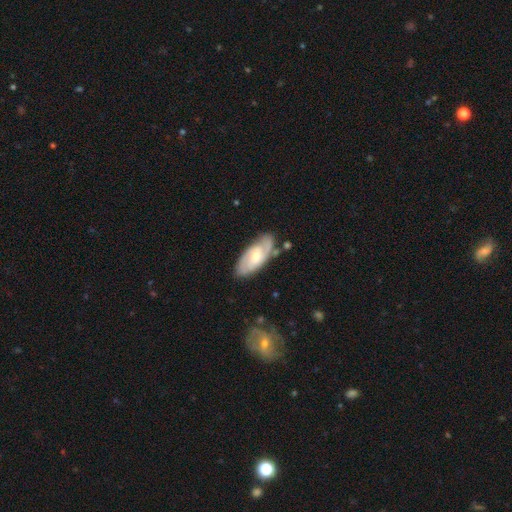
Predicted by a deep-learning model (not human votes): Smooth or featured? featured or disk (71%)
Edge-on disk? no (91%)
Bar? no (54%)
Spiral arms? yes (90%)
Spiral winding? tight (47%)
Spiral arm count? 2 (61%)
Bulge size? moderate (52%)
Merging? none (74%)